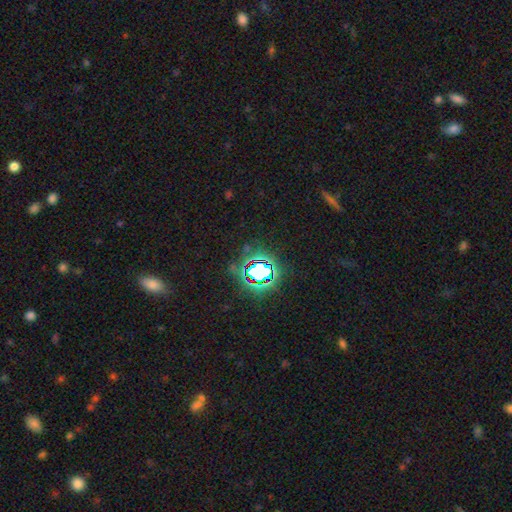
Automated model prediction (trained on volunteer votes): This appears to be a star or artifact, not a galaxy (76%).